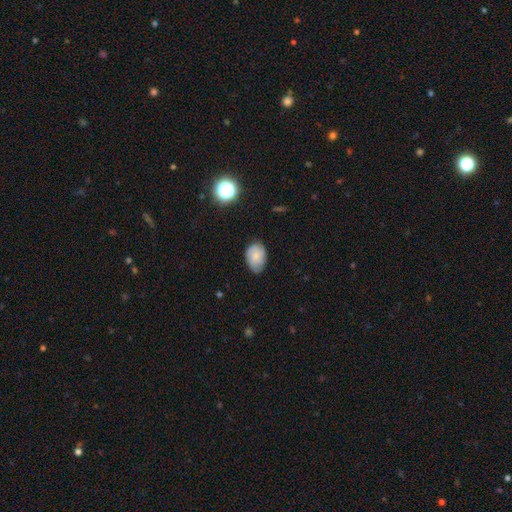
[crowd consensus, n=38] This appears to be a smooth galaxy with no disk features (82%) that is in between round and cigar-shaped (84%). Merging: none (61%).